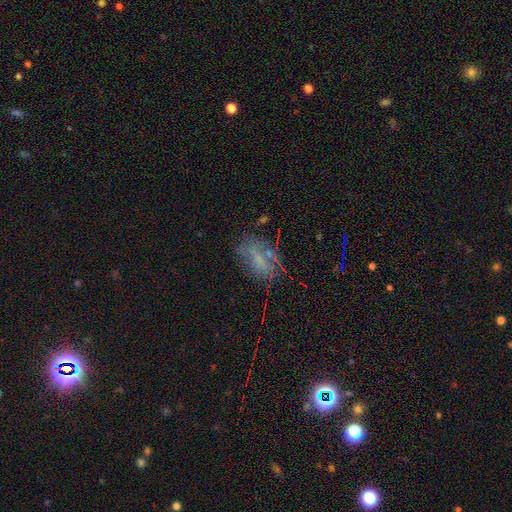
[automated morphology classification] smooth-or-featured: smooth: 45% | featured or disk: 39% | star or artifact: 17%
  merging: none: 52% | minor disturbance: 23% | major disturbance: 20% | merger: 5%